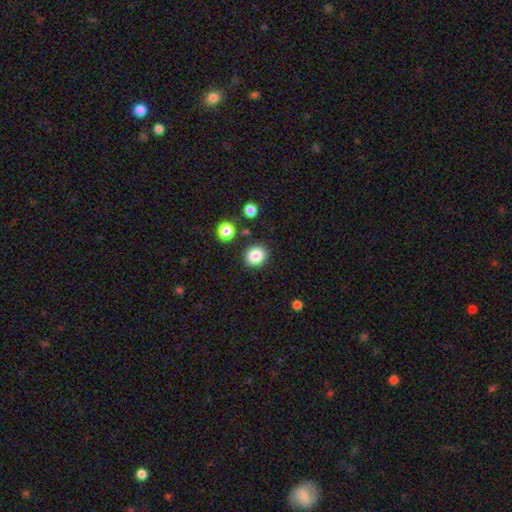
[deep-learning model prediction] This is clearly a smooth galaxy (85%). How rounded: likely round (78%). Merging: clearly none (86%).